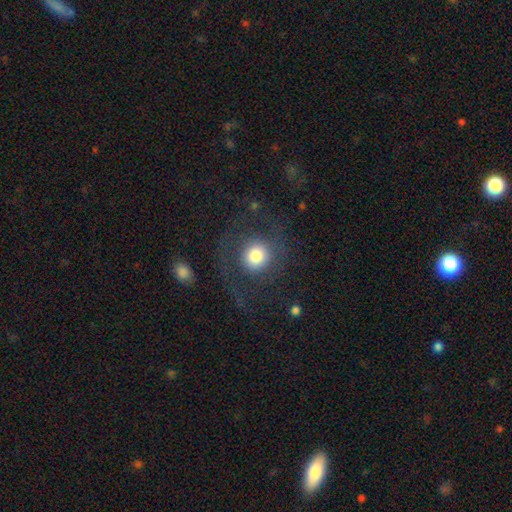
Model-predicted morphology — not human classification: Smooth or featured: smooth — 71% (featured or disk — 18%)
How rounded: round — 90% (in between — 9%)
Merging: none — 69% (major disturbance — 17%)